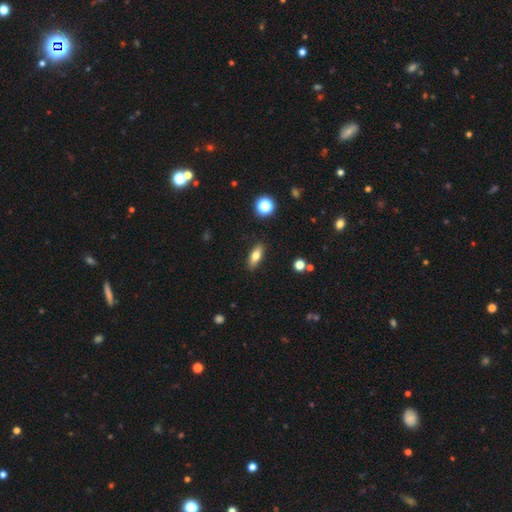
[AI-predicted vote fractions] This is likely a smooth galaxy (73%). How rounded: likely in between (71%). Merging: clearly none (87%).